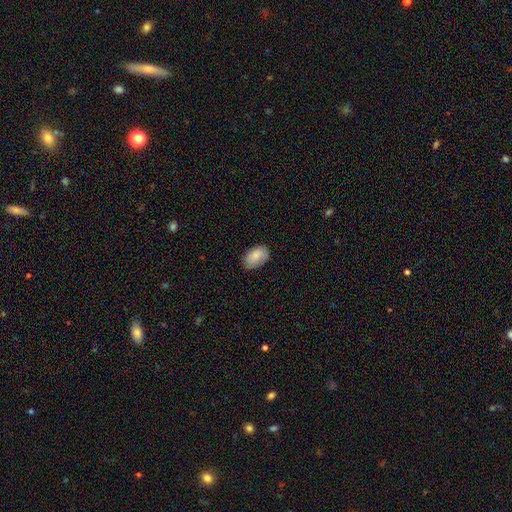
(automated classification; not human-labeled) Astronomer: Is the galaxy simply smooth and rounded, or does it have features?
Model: smooth — 86%.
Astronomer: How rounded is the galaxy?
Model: in between — 93%.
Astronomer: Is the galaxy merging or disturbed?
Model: none — 77%.